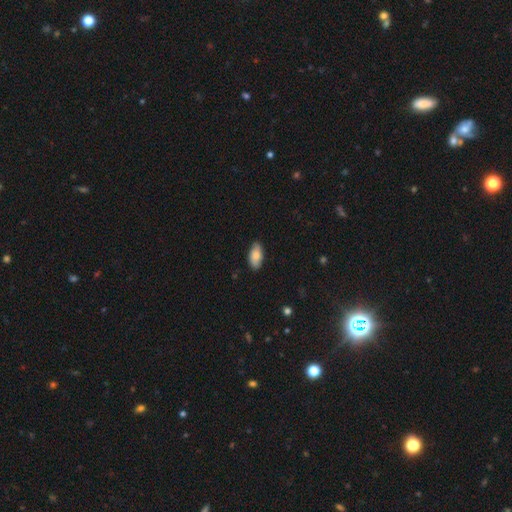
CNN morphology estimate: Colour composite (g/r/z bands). It shows a smooth galaxy with no disk features (80%) that is in between round and cigar-shaped (93%). Merging: none (85%).